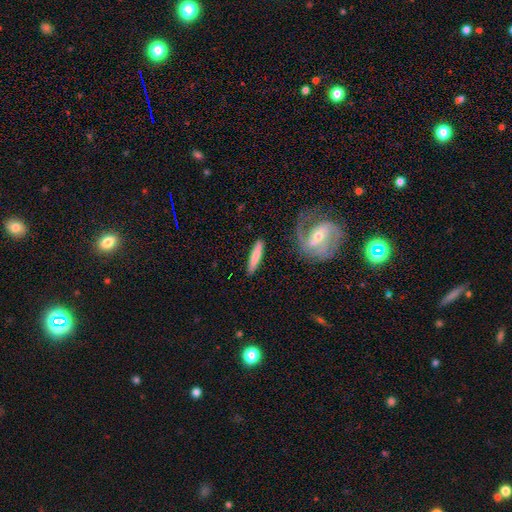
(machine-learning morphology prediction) smooth_or_featured: smooth (p=0.68) [alt: featured or disk p=0.27]
how_rounded: cigar-shaped (p=0.89) [alt: in between p=0.09]
merging: none (p=0.86) [alt: minor disturbance p=0.09]